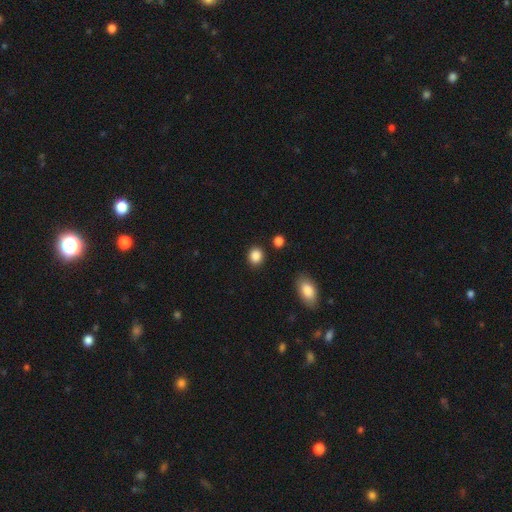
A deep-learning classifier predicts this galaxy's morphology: Q: Smooth or featured?
A: smooth (87%); runner-up: star or artifact (10%)
Q: How rounded?
A: round (71%); runner-up: in between (28%)
Q: Merging?
A: none (87%); runner-up: minor disturbance (8%)